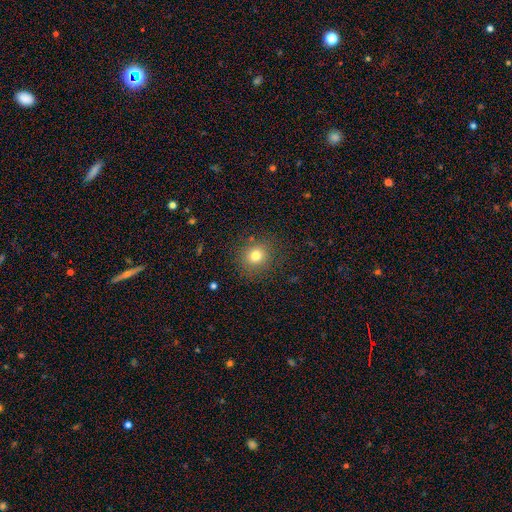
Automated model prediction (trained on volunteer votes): smooth-or-featured: smooth: 78% | star or artifact: 14% | featured or disk: 8%
  how-rounded: round: 85% | in between: 14% | cigar-shaped: 1%
  merging: none: 85% | minor disturbance: 10% | major disturbance: 4% | merger: 2%